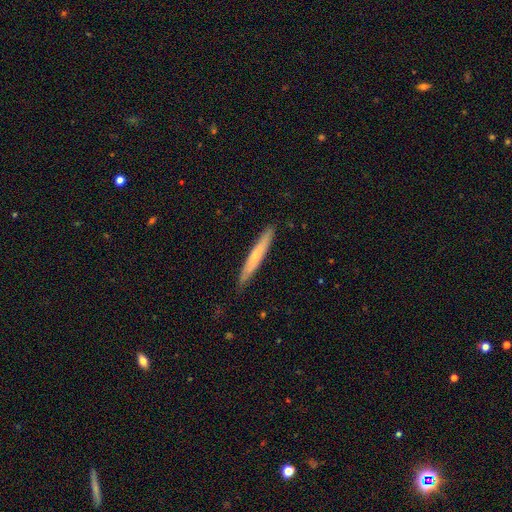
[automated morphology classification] smooth_or_featured: smooth (p=0.55) [alt: featured or disk p=0.39]
how_rounded: cigar-shaped (p=0.95) [alt: in between p=0.03]
merging: none (p=0.87) [alt: minor disturbance p=0.10]